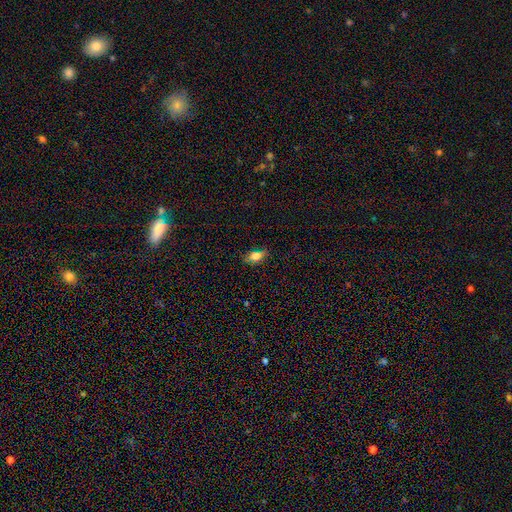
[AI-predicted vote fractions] The model was most divided on "merging": none: 73%, minor disturbance: 20%, major disturbance: 5%, merger: 2%. More confident: how rounded — in between (81%); smooth or featured — smooth (71%).